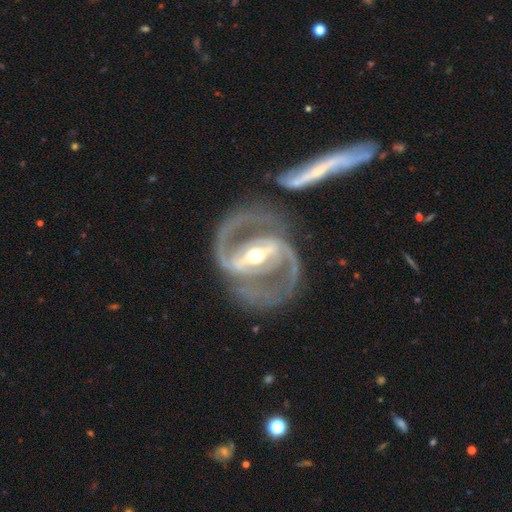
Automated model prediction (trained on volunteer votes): A featured or disk galaxy (93%) with a strong bar (75%), 2 (92%) medium (58%) spiral arms (96%) and a moderate central bulge (68%). Merging: none (69%).